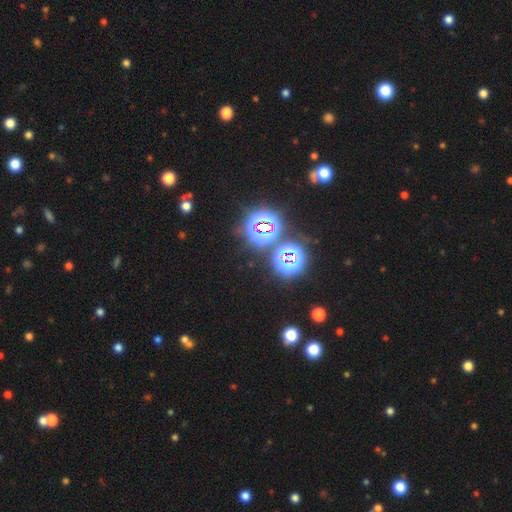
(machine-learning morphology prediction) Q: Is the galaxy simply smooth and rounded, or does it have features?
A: star or artifact — 78%.